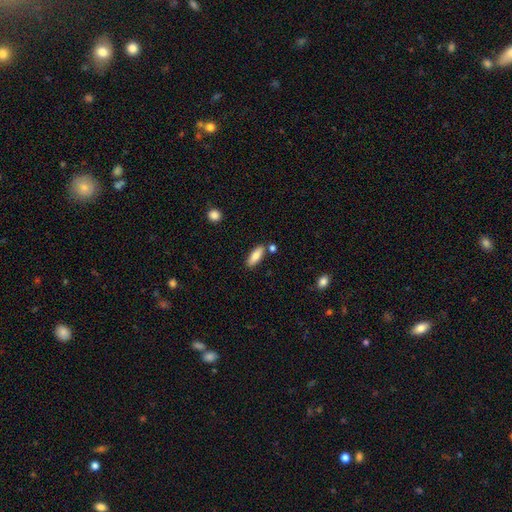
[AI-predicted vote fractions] This is clearly a smooth galaxy (82%). How rounded: likely in between (65%). Merging: clearly none (81%).